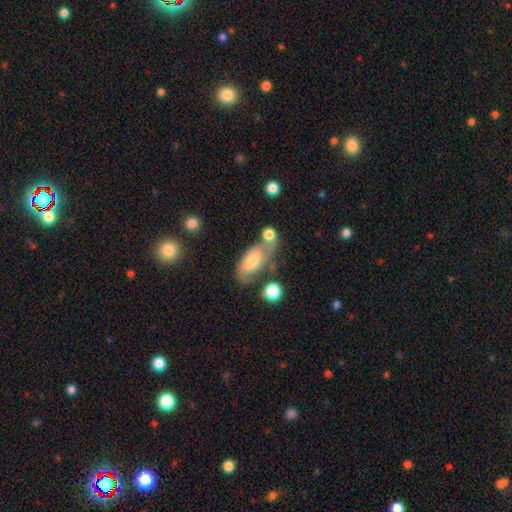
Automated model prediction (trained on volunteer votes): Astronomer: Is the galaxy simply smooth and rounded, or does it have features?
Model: smooth — 48% (runner-up: featured or disk, 44%).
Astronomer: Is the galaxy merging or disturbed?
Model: none — 48%.